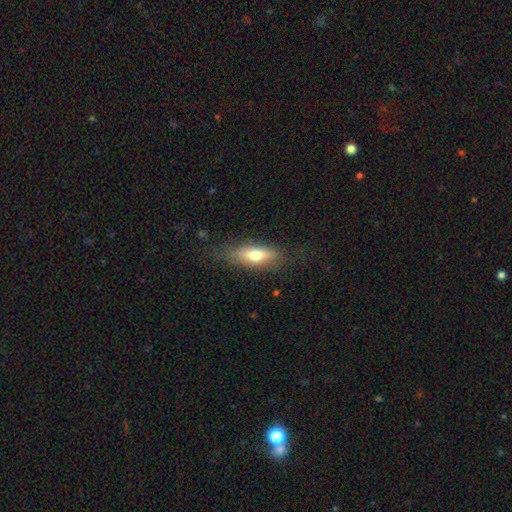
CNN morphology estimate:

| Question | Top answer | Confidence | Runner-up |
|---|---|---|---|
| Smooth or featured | smooth | 69% | featured or disk (24%) |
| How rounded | in between | 66% | cigar-shaped (31%) |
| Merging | none | 72% | minor disturbance (19%) |